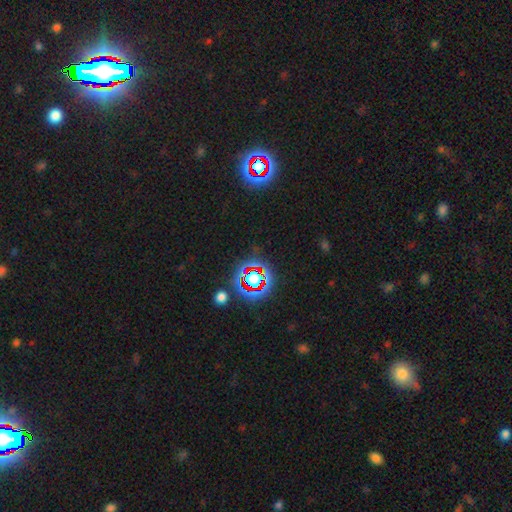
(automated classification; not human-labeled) Overall: star or artifact (79%).